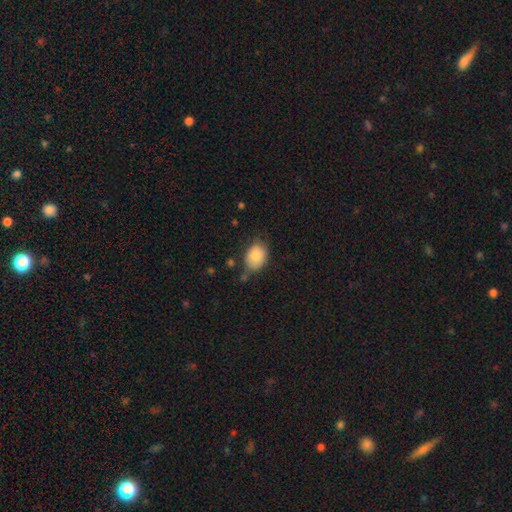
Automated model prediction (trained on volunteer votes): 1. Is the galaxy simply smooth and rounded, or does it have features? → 85% smooth, 8% featured or disk, 7% star or artifact.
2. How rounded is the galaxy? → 71% in between, 28% round, 1% cigar-shaped.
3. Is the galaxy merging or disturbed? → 65% none, 25% minor disturbance, 5% major disturbance, 4% merger.